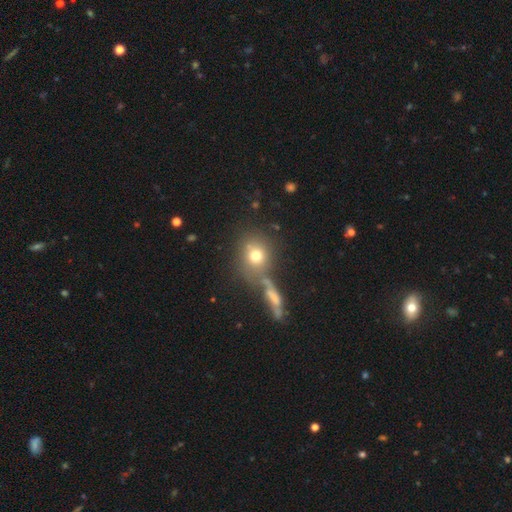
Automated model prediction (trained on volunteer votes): A smooth galaxy with no disk features (72%) that is round (74%). Merging: none (57%).